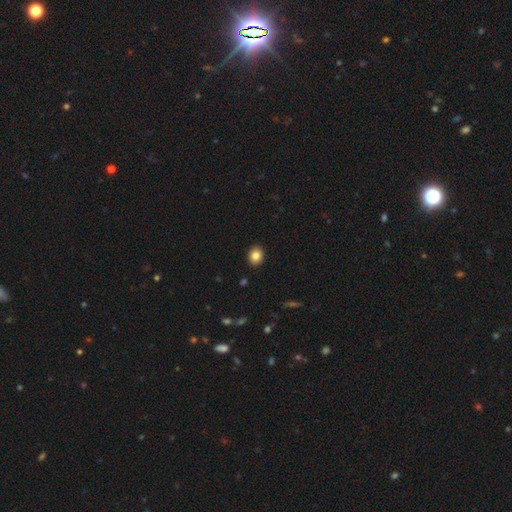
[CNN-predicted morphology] Smooth or featured? smooth (84%)
How rounded? round (54%)
Merging? none (91%)